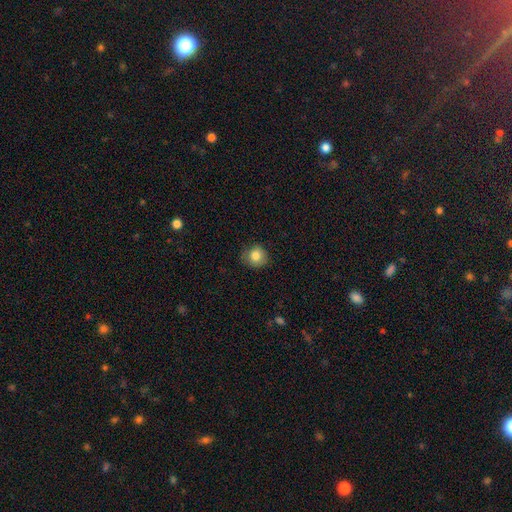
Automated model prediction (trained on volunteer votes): smooth-or-featured: smooth: 84% | star or artifact: 10% | featured or disk: 7%
  how-rounded: round: 86% | in between: 13% | cigar-shaped: 1%
  merging: none: 78% | minor disturbance: 17% | major disturbance: 3% | merger: 1%